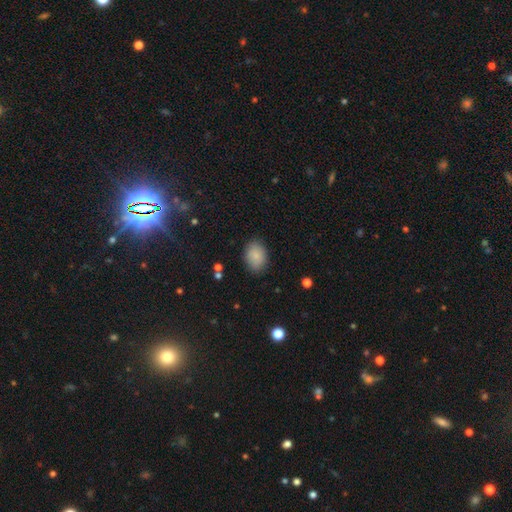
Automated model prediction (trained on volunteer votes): Overall: smooth (85%). How rounded: in between (76%). Merging: none (84%).